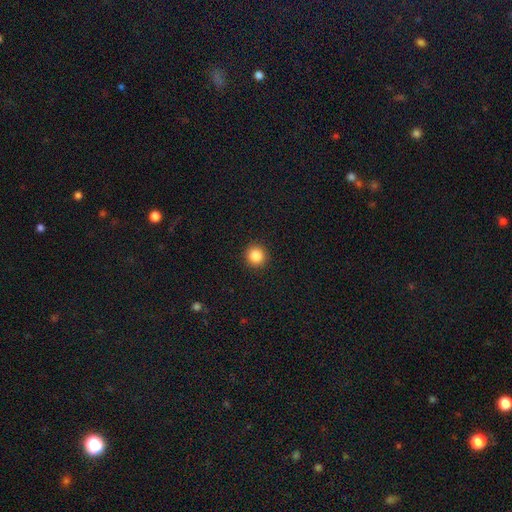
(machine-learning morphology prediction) Smooth or featured? smooth (85%)
How rounded? round (95%)
Merging? none (93%)